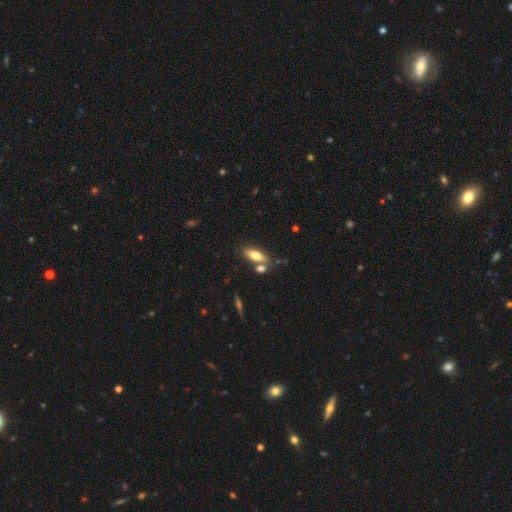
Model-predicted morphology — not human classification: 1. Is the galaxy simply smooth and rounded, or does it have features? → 72% smooth, 21% featured or disk, 8% star or artifact.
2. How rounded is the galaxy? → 69% in between, 28% cigar-shaped, 3% round.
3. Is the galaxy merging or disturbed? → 64% none, 19% merger, 13% minor disturbance, 4% major disturbance.